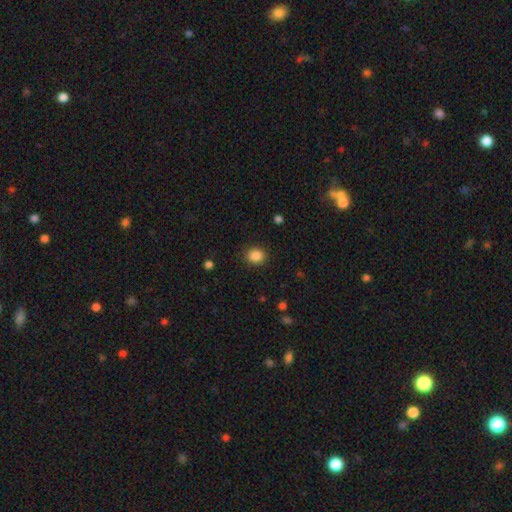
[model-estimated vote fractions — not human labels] Overall: smooth (87%). How rounded: round (66%; in between 33%). Merging: none (88%).